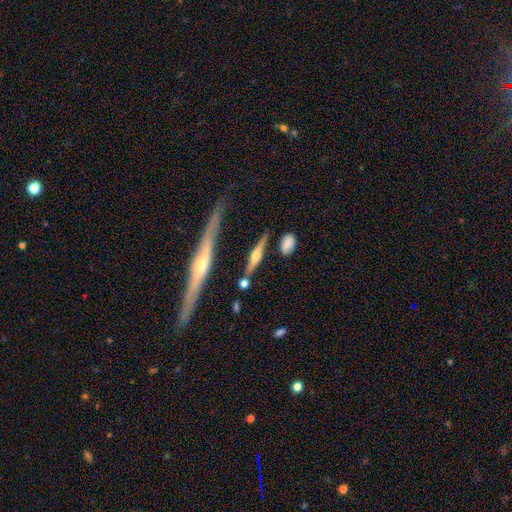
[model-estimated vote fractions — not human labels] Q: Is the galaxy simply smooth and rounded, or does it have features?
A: featured or disk — 69%.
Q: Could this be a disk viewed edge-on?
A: yes — 95%.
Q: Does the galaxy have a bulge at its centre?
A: rounded — 89%.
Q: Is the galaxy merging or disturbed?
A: none — 77%.